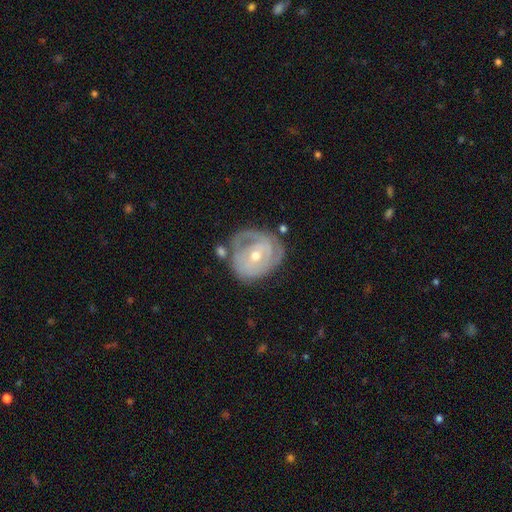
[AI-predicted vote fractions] This appears to be a featured or disk galaxy (80%) with no bar (51%), tight (73%) spiral arms (84%) and a moderate central bulge (55%). Merging: none (59%).